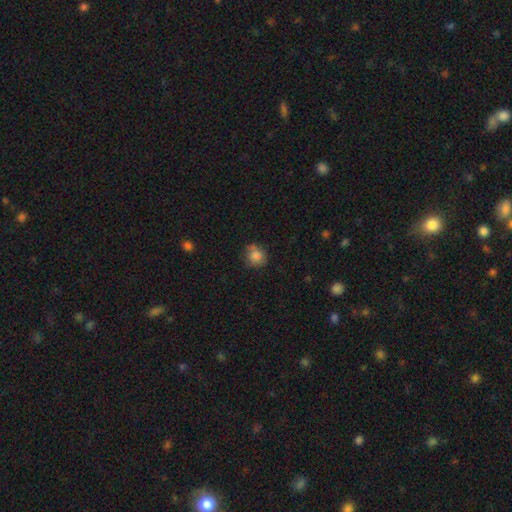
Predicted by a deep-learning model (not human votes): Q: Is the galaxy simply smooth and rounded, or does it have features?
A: smooth — 79%.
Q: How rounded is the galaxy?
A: round — 78%.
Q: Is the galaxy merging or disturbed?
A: none — 61%.